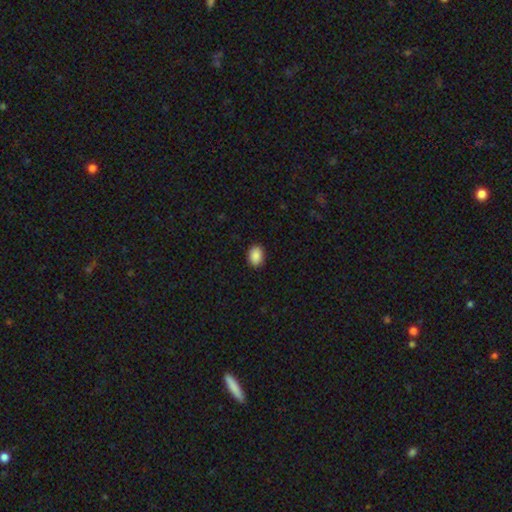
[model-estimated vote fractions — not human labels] smooth-or-featured: smooth: 89% | star or artifact: 8% | featured or disk: 3%
  how-rounded: in between: 75% | round: 24% | cigar-shaped: 1%
  merging: none: 90% | minor disturbance: 7% | major disturbance: 2% | merger: 1%